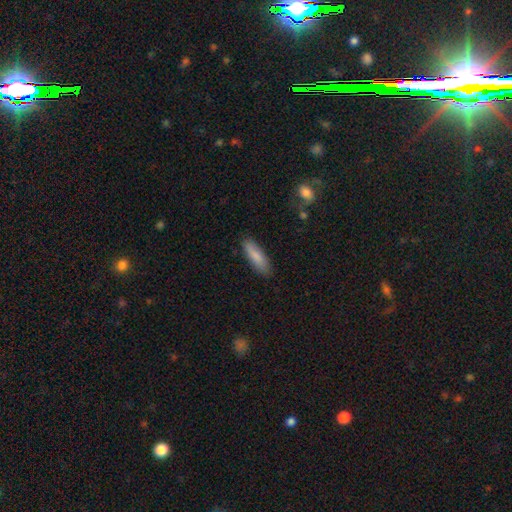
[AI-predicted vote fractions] Q: Smooth or featured?
A: smooth (85%); runner-up: featured or disk (9%)
Q: How rounded?
A: cigar-shaped (57%); runner-up: in between (42%)
Q: Merging?
A: none (85%); runner-up: minor disturbance (11%)